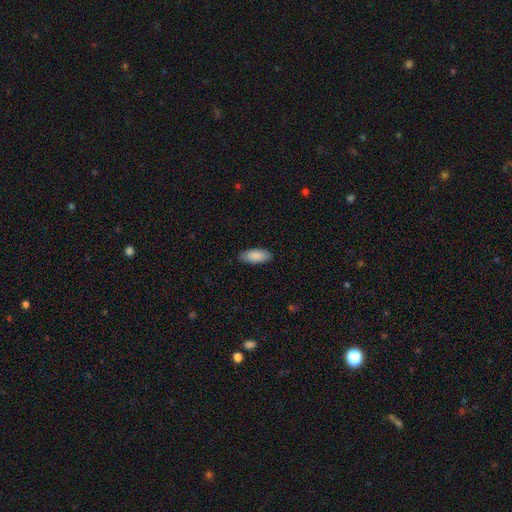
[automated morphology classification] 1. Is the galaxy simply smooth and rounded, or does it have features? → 90% smooth, 6% star or artifact, 5% featured or disk.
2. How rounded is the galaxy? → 86% in between, 12% cigar-shaped, 2% round.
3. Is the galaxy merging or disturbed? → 86% none, 11% minor disturbance, 2% major disturbance, 1% merger.